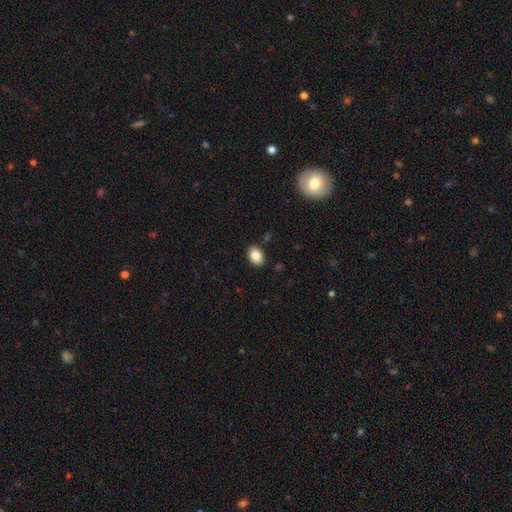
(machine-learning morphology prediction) Smooth or featured? Predicted: smooth (p=0.84). How rounded? Predicted: in between (p=0.79). Merging? Predicted: none (p=0.88).